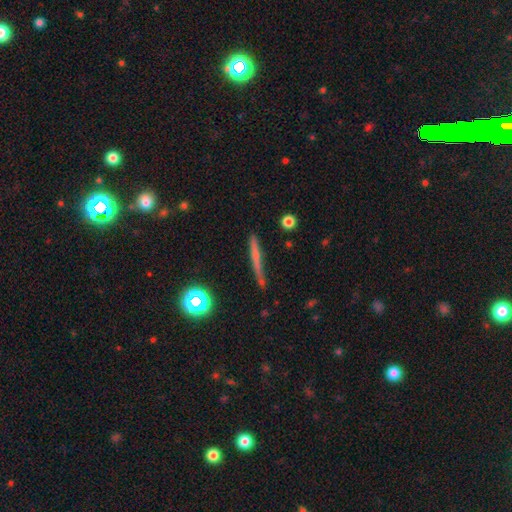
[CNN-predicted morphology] smooth 53%, featured or disk 36%, star or artifact 11%. Down the decision tree: how rounded — cigar-shaped (91%); merging — none (79%).